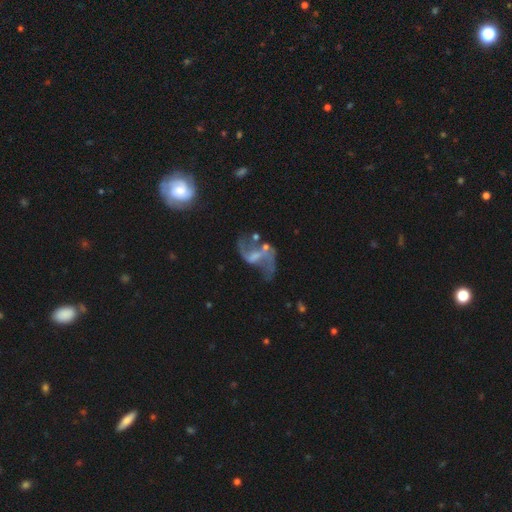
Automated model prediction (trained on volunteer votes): Morphology: type=featured or disk (80%); edge-on=no (97%); bar=weak (47%); spiral arms=yes (85%); winding=loose (76%); arm count=2 (87%); bulge=small (38%); merging=none (45%).